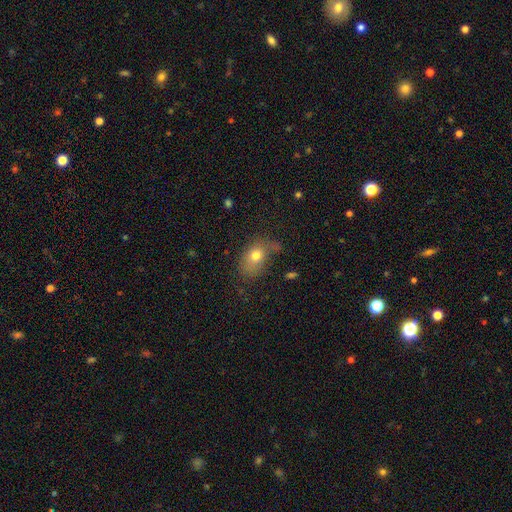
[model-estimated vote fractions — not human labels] The model was most divided on "merging": none: 41%, minor disturbance: 32%, major disturbance: 21%, merger: 5%. More confident: how rounded — in between (78%); smooth or featured — smooth (76%).